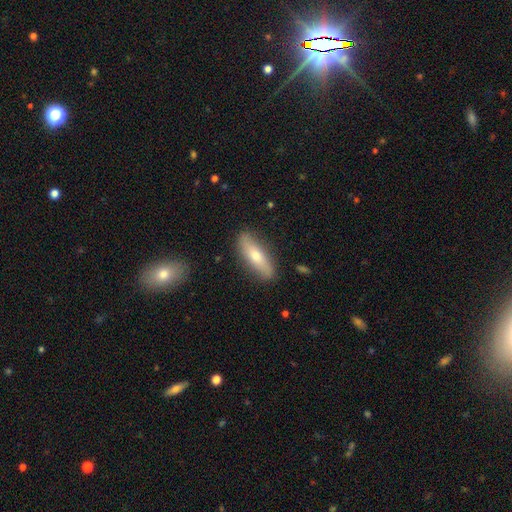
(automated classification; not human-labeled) smooth 57%, featured or disk 37%, star or artifact 6%. Down the decision tree: how rounded — cigar-shaped (49%); merging — none (85%).